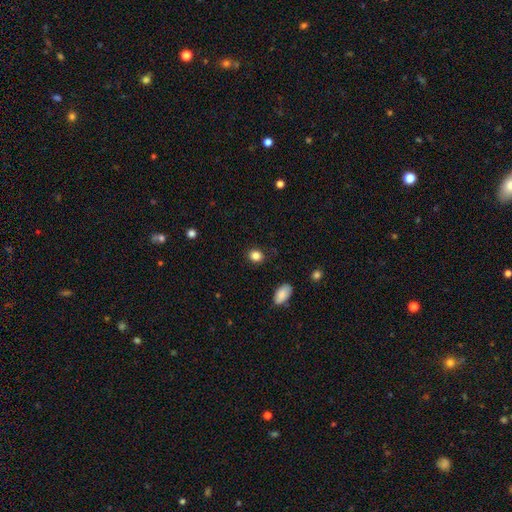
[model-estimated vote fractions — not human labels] smooth_or_featured: smooth (p=0.86) [alt: star or artifact p=0.10]
how_rounded: round (p=0.66) [alt: in between p=0.33]
merging: none (p=0.87) [alt: minor disturbance p=0.09]